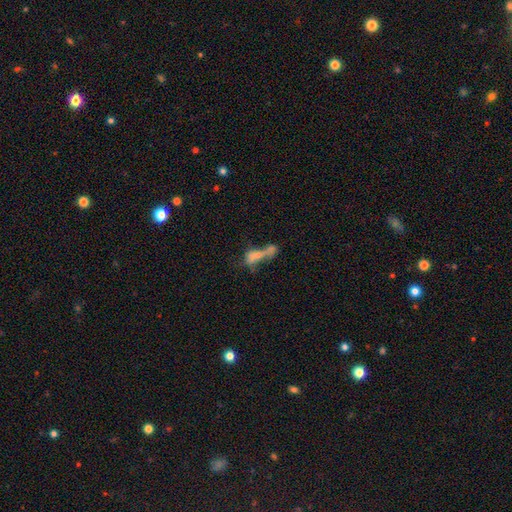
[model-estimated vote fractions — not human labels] Smooth or featured? smooth (53%)
How rounded? in between (56%)
Merging? merger (55%)